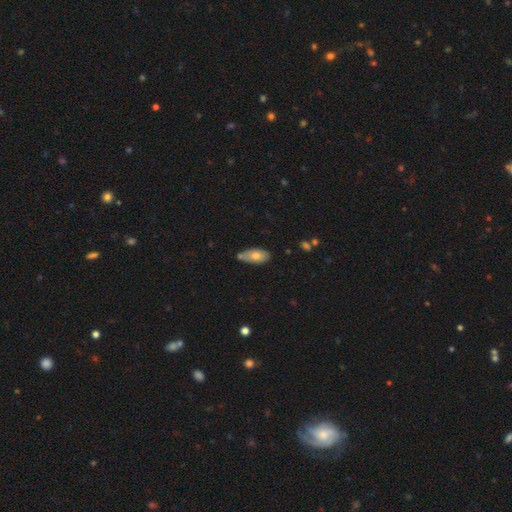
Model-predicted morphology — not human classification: type=smooth (72%); roundness=in between (88%); merging=none (60%).